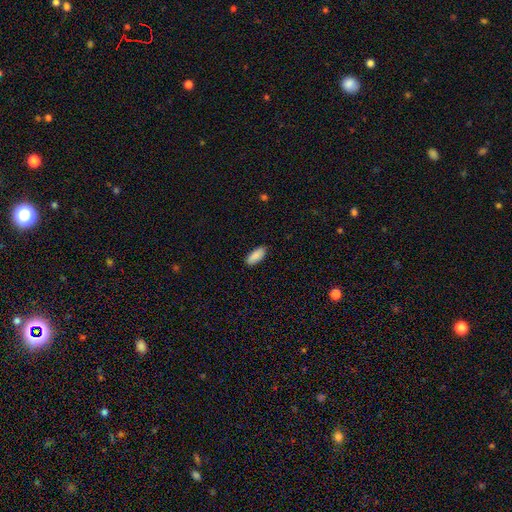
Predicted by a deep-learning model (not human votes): Smooth or featured? Predicted: smooth (p=0.90). How rounded? Predicted: in between (p=0.85). Merging? Predicted: none (p=0.88).